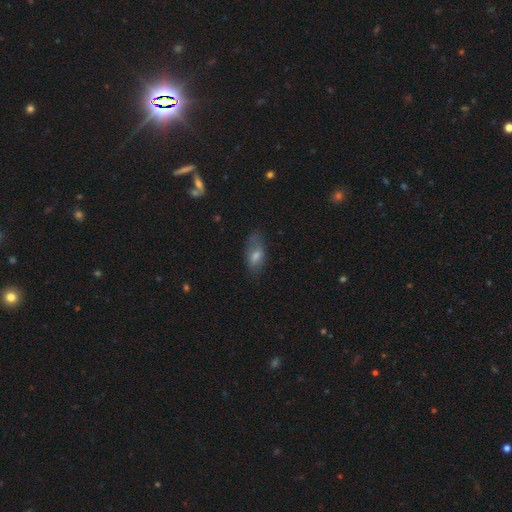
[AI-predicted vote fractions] A smooth galaxy with no disk features (65%) that is in between round and cigar-shaped (86%).

Vote fractions:
- Smooth or featured? smooth: 65% / featured or disk: 26% / star or artifact: 9%
- How rounded? in between: 86% / cigar-shaped: 9% / round: 5%
- Merging? none: 63% / minor disturbance: 26% / major disturbance: 10% / merger: 2%